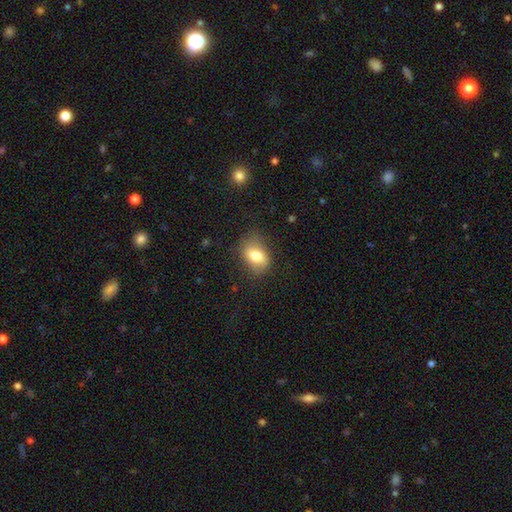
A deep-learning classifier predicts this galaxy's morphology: type=smooth (74%); roundness=in between (81%); merging=none (71%).